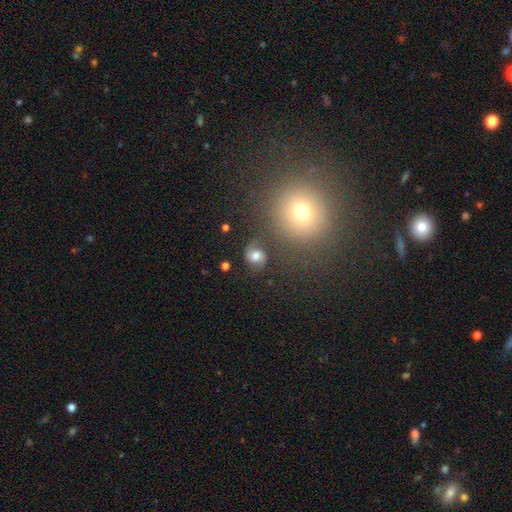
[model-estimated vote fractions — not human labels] A smooth galaxy with no disk features (50%).

Vote fractions:
- Smooth or featured? smooth: 50% / featured or disk: 38% / star or artifact: 12%
- Merging? none: 66% / minor disturbance: 17% / major disturbance: 10% / merger: 7%